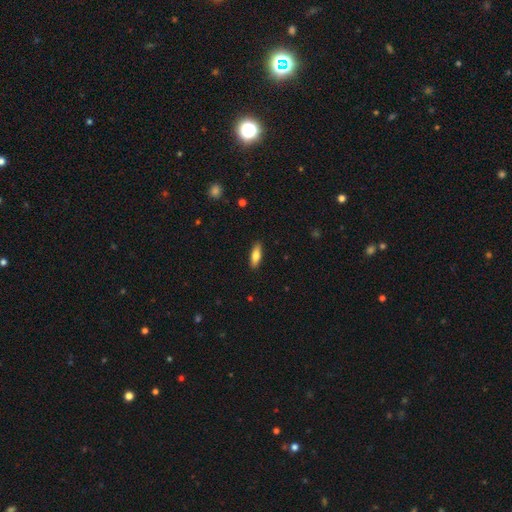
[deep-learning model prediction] smooth-or-featured: smooth: 80% | featured or disk: 14% | star or artifact: 6%
  how-rounded: in between: 62% | cigar-shaped: 36% | round: 2%
  merging: none: 89% | minor disturbance: 8% | major disturbance: 2% | merger: 1%